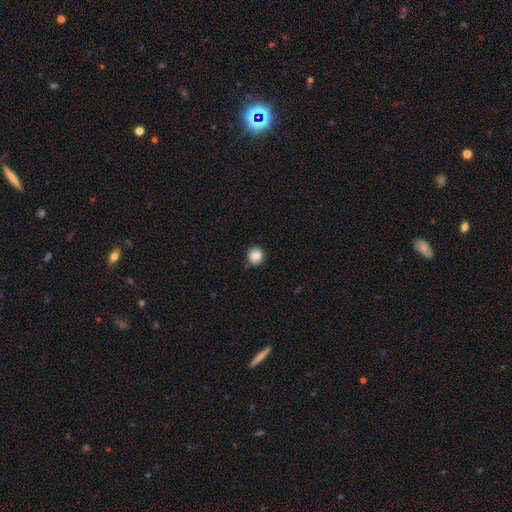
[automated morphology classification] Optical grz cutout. It shows a smooth galaxy with no disk features (86%) that is round (89%). Merging: none (84%).